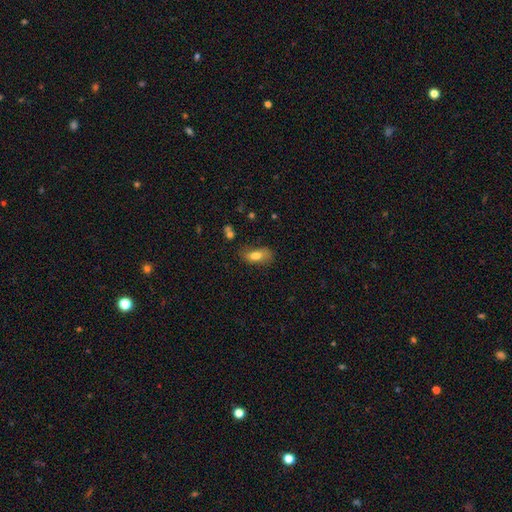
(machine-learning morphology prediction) smooth_or_featured: smooth (p=0.75) [alt: featured or disk p=0.16]
how_rounded: in between (p=0.83) [alt: cigar-shaped p=0.12]
merging: none (p=0.56) [alt: minor disturbance p=0.24]